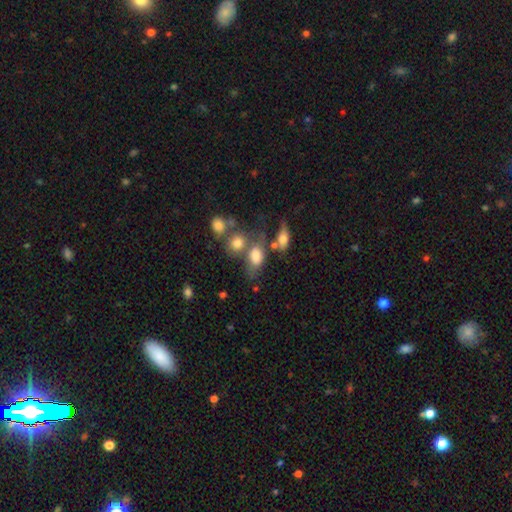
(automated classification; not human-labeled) This appears to be a smooth galaxy with no disk features (75%) that is in between round and cigar-shaped (80%). Merging: merger (38%).